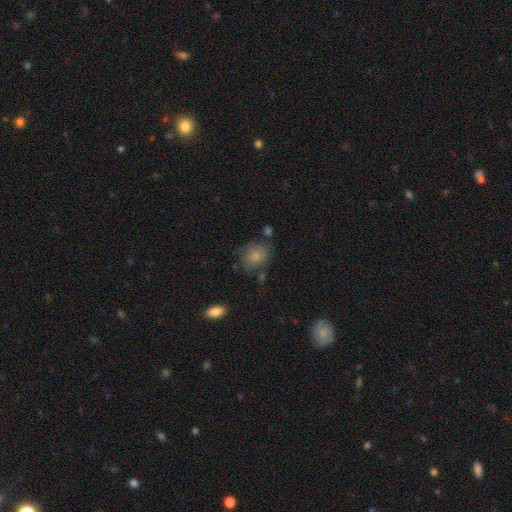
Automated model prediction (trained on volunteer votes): smooth 70%, featured or disk 21%, star or artifact 9%. Down the decision tree: how rounded — round (55%); merging — none (56%).